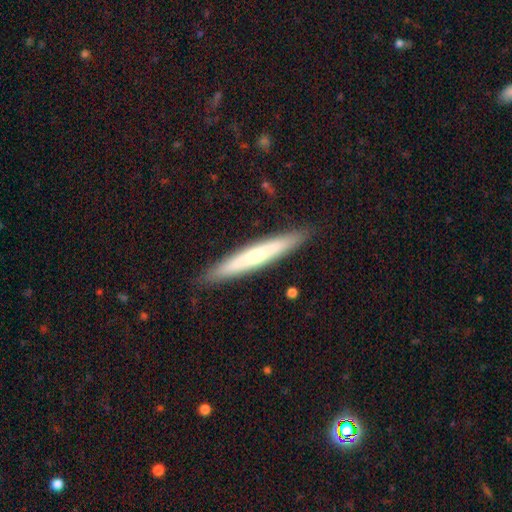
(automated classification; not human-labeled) This appears to be a smooth galaxy with no disk features (52%) that is cigar-shaped (94%). Merging: none (90%).